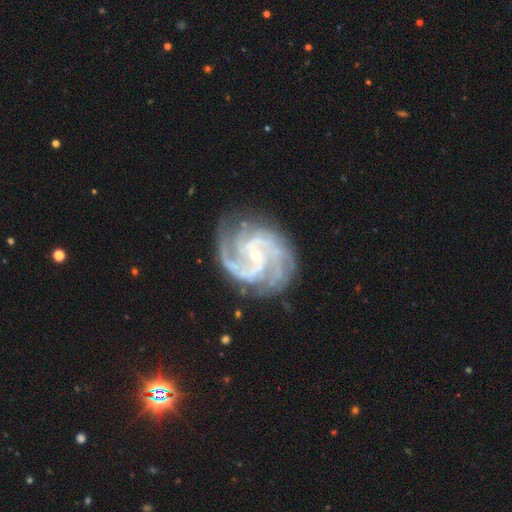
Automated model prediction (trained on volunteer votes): Smooth or featured? Predicted: featured or disk (p=0.92). Edge-on disk? Predicted: no (p=0.98). Bar? Predicted: no (p=0.45). Spiral arms? Predicted: yes (p=0.98). Spiral winding? Predicted: medium (p=0.49). Spiral arm count? Predicted: 2 (p=0.31). Bulge size? Predicted: small (p=0.79). Merging? Predicted: none (p=0.75).